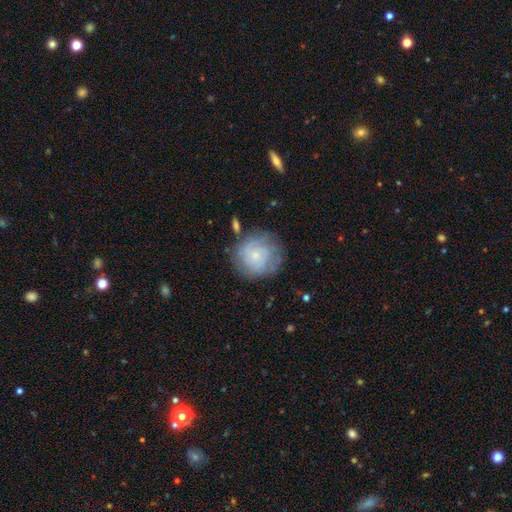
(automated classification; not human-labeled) A featured or disk galaxy (51%). Merging: none (71%).